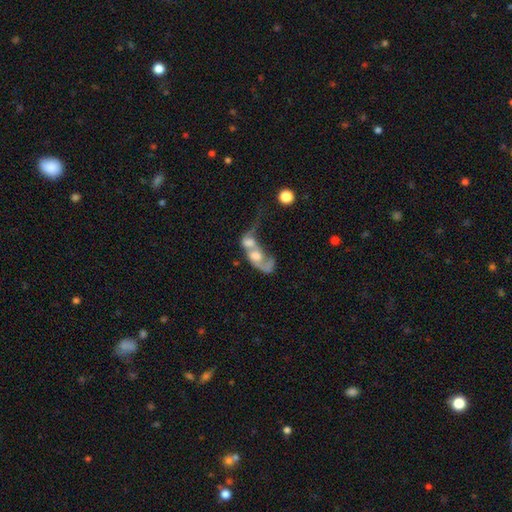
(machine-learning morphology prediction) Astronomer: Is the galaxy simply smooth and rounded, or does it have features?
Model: featured or disk — 57% (runner-up: smooth, 33%).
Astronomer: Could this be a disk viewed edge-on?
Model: no — 92%.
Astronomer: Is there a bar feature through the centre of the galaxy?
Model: no — 75%.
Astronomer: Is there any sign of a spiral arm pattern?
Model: yes — 54% (runner-up: no, 46%).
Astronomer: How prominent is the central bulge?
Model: moderate — 39% (runner-up: large, 26%).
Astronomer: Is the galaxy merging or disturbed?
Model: merger — 76%.